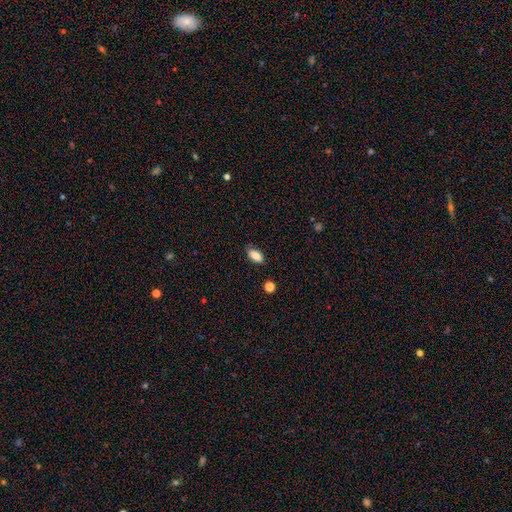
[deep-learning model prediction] Smooth or featured? Predicted: smooth (p=0.85). How rounded? Predicted: in between (p=0.89). Merging? Predicted: none (p=0.79).